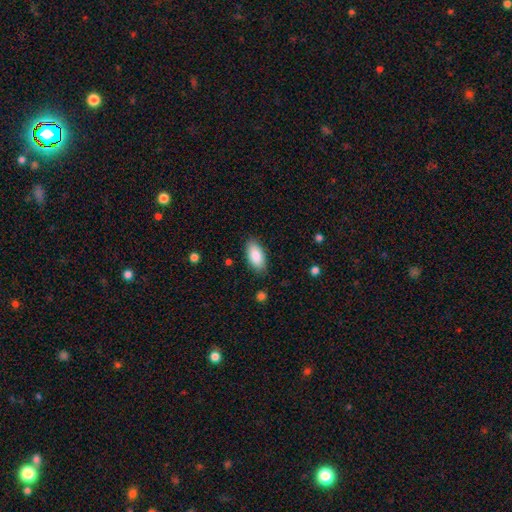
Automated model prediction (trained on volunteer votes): smooth_or_featured: smooth (p=0.86) [alt: featured or disk p=0.08]
how_rounded: in between (p=0.91) [alt: cigar-shaped p=0.07]
merging: none (p=0.85) [alt: minor disturbance p=0.11]